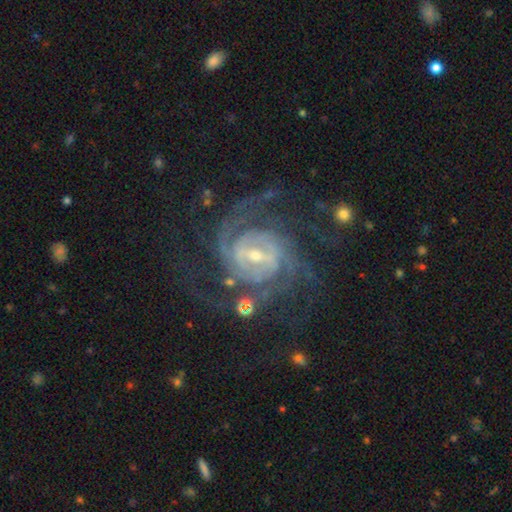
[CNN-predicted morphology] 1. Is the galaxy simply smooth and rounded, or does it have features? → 91% featured or disk, 5% star or artifact, 3% smooth.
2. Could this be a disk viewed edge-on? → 98% no, 2% yes.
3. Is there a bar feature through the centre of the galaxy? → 50% weak, 33% strong, 17% no.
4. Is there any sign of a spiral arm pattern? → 98% yes, 2% no.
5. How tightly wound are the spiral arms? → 56% tight, 36% medium, 8% loose.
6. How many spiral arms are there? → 27% 2, 23% 3, 17% 4, 17% can't tell, 8% more than 4, 7% 1.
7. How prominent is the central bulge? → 56% small, 39% moderate, 3% large, 2% none, 1% dominant.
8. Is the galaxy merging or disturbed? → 68% none, 15% minor disturbance, 15% major disturbance, 3% merger.